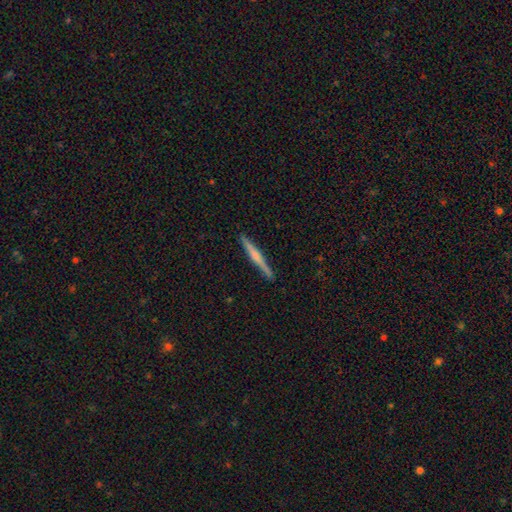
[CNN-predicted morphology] Overall: featured or disk (61%; smooth 33%). Edge-on disk: yes (98%). Edge-on bulge: rounded (60%; none 27%). Merging: none (92%).